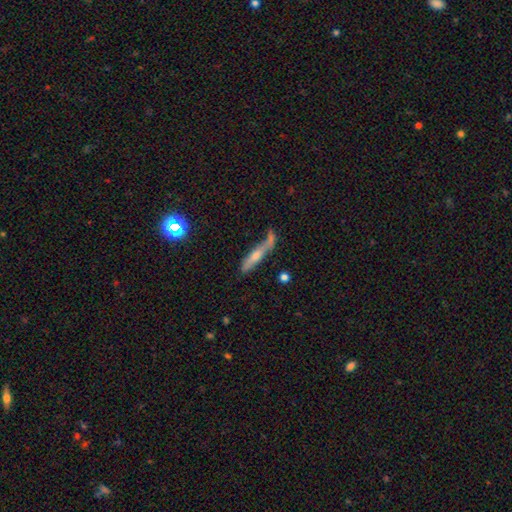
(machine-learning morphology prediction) smooth_or_featured: featured or disk (p=0.48) [alt: smooth p=0.43]
merging: none (p=0.56) [alt: minor disturbance p=0.22]